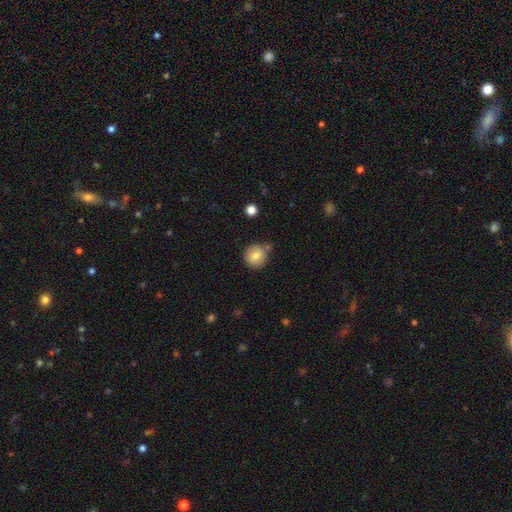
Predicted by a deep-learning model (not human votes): Smooth or featured? Predicted: smooth (p=0.80). How rounded? Predicted: round (p=0.88). Merging? Predicted: none (p=0.70).